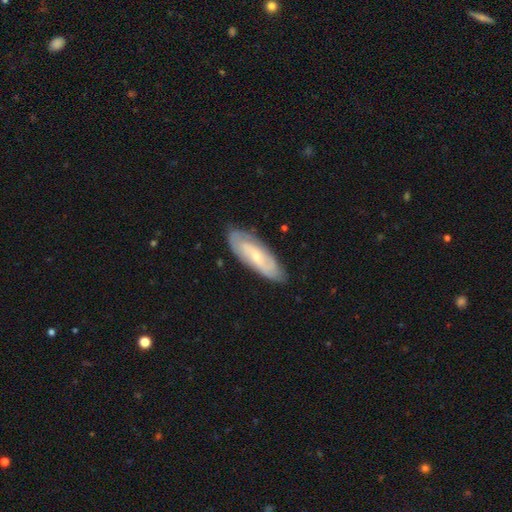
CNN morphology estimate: A featured or disk galaxy (62%) with no bar (54%), spiral arms (83%) and a small central bulge (67%).

Vote fractions:
- Smooth or featured? featured or disk: 62% / smooth: 32% / star or artifact: 6%
- Edge-on disk? no: 83% / yes: 17%
- Bar? no: 54% / weak: 36% / strong: 10%
- Spiral arms? yes: 83% / no: 17%
- Bulge size? small: 67% / moderate: 27% / none: 4% / large: 2% / dominant: 1%
- Merging? none: 82% / minor disturbance: 14% / major disturbance: 3% / merger: 1%